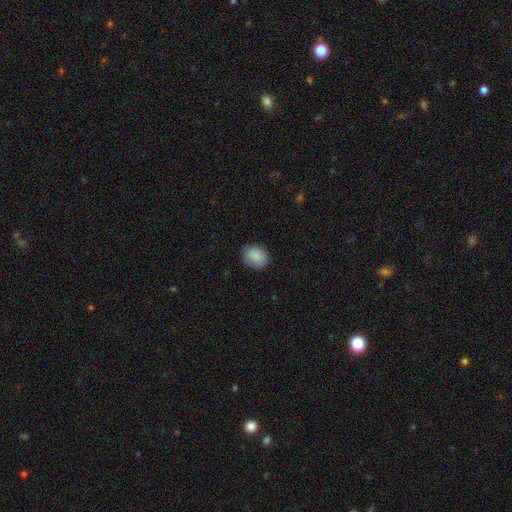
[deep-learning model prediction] This appears to be a smooth galaxy with no disk features (88%) that is round (53%). Merging: none (85%).